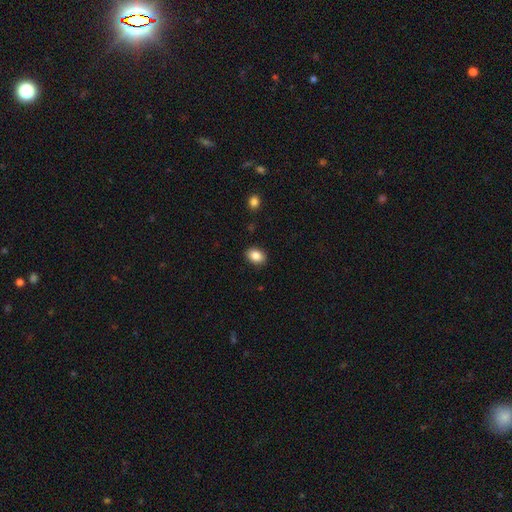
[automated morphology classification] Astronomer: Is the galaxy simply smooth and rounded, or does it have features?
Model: smooth — 87%.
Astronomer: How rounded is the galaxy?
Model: in between — 70%.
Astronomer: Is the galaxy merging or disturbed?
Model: none — 89%.